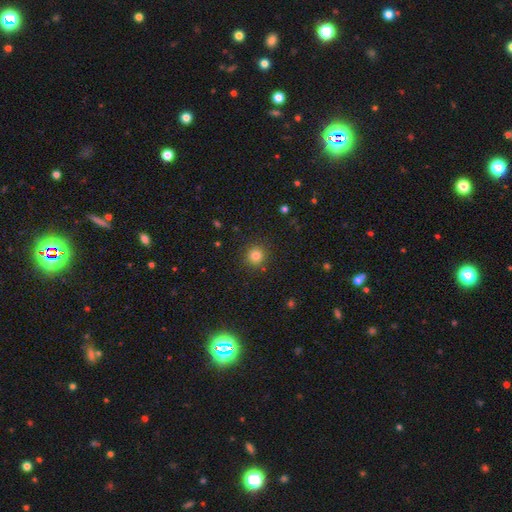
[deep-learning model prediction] A smooth galaxy with no disk features (81%) that is round (93%).

Vote fractions:
- Smooth or featured? smooth: 81% / star or artifact: 13% / featured or disk: 6%
- How rounded? round: 93% / in between: 6% / cigar-shaped: 1%
- Merging? none: 90% / minor disturbance: 6% / major disturbance: 2% / merger: 1%